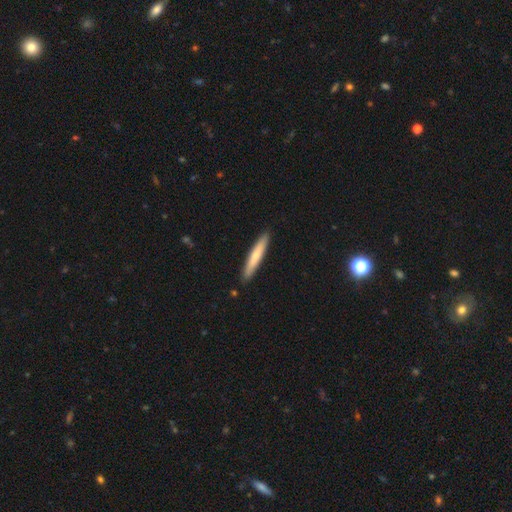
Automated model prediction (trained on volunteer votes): Morphology: type=smooth (65%); roundness=cigar-shaped (93%); merging=none (90%).